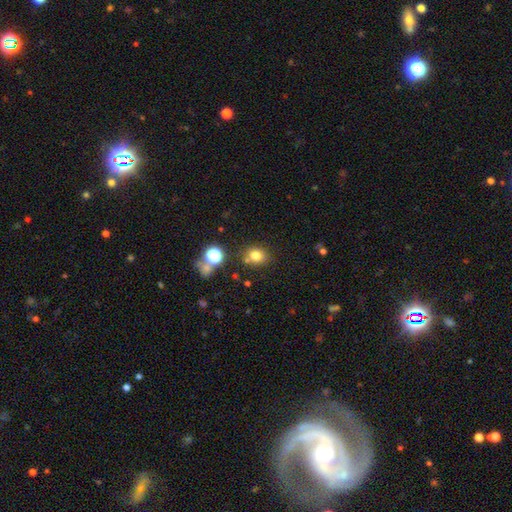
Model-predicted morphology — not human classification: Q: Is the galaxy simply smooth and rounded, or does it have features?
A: smooth — 77%.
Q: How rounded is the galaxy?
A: round — 68%.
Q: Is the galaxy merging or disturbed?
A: none — 74%.